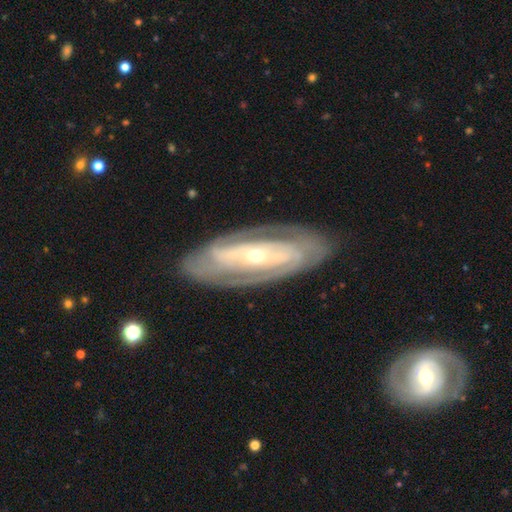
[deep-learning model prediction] Morphology: type=featured or disk (84%); edge-on=no (88%); bar=no (56%); spiral arms=yes (86%); winding=tight (69%); arm count=2 (42%); bulge=small (69%); merging=none (82%).